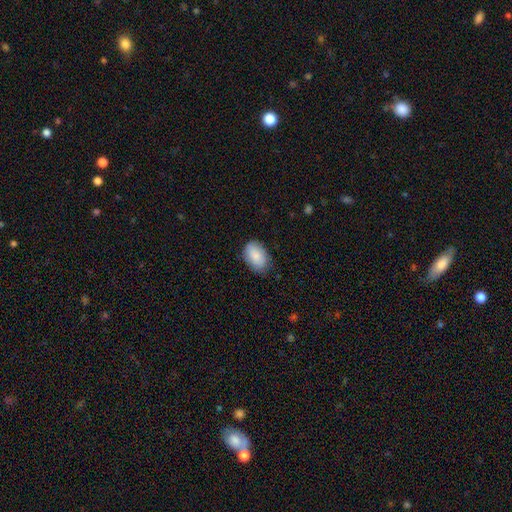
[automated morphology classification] A smooth galaxy with no disk features (85%) that is in between round and cigar-shaped (90%). Merging: none (78%).